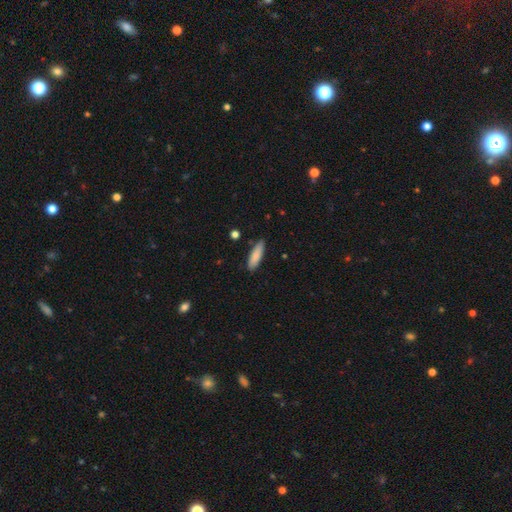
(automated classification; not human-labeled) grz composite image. It shows a smooth galaxy with no disk features (85%) that is cigar-shaped (62%). Merging: none (83%).